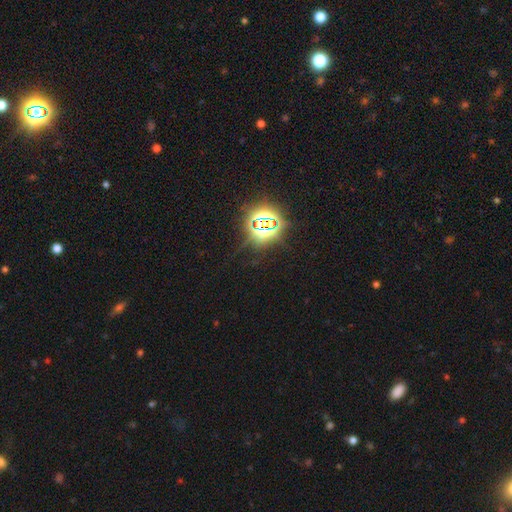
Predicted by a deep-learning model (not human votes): Morphology: type=star or artifact (79%).